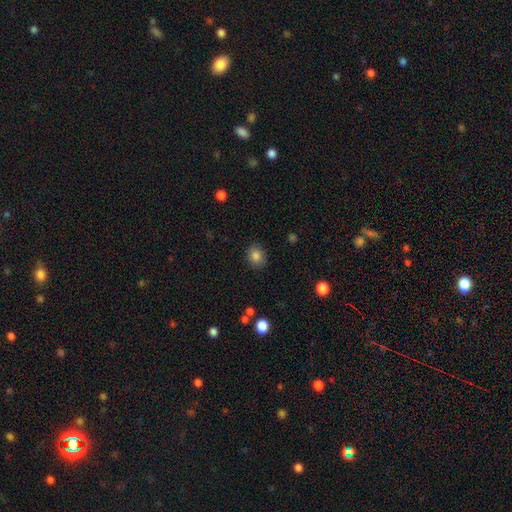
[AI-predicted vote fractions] Smooth or featured?
  - smooth: 84% *
  - star or artifact: 10%
  - featured or disk: 6%
How rounded?
  - round: 63% *
  - in between: 36%
  - cigar-shaped: 1%
Merging?
  - none: 86% *
  - minor disturbance: 10%
  - major disturbance: 3%
  - merger: 1%